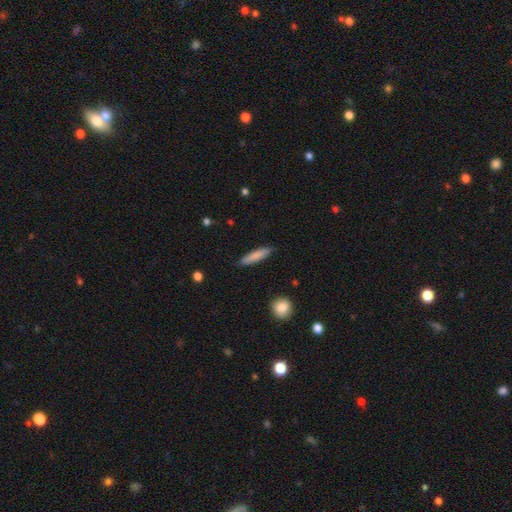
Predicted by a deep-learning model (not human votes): smooth-or-featured: smooth: 82% | featured or disk: 12% | star or artifact: 6%
  how-rounded: cigar-shaped: 83% | in between: 16% | round: 2%
  merging: none: 88% | minor disturbance: 9% | major disturbance: 2% | merger: 1%